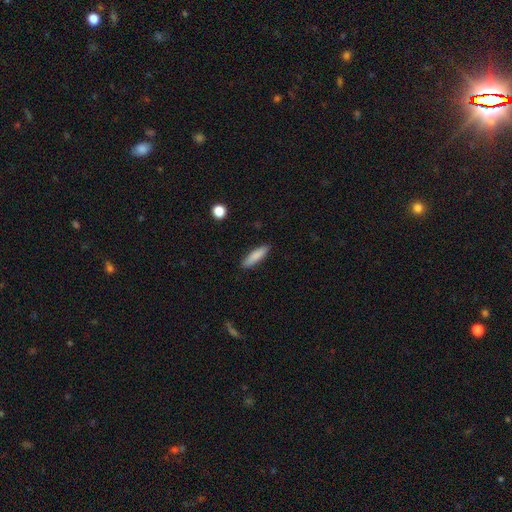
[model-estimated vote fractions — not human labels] A smooth galaxy with no disk features (84%) that is cigar-shaped (72%). Merging: none (88%).